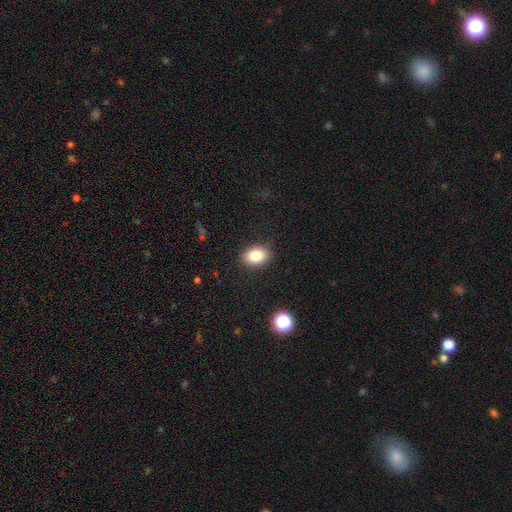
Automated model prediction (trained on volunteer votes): smooth_or_featured: smooth (p=0.85) [alt: star or artifact p=0.09]
how_rounded: in between (p=0.75) [alt: round p=0.24]
merging: none (p=0.86) [alt: minor disturbance p=0.10]